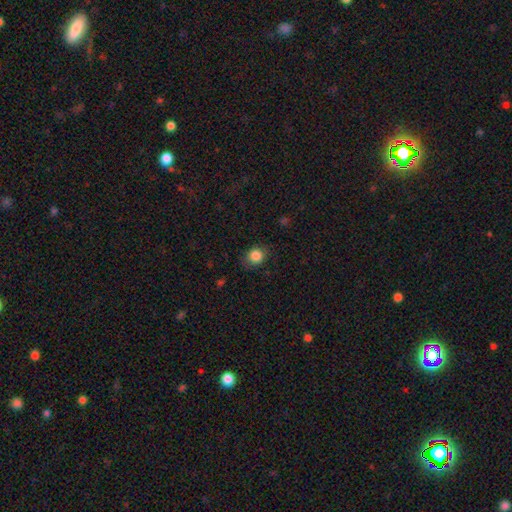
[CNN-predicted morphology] The model was most divided on "how rounded": round: 68%, in between: 31%, cigar-shaped: 1%. More confident: smooth or featured — smooth (85%); merging — none (78%).